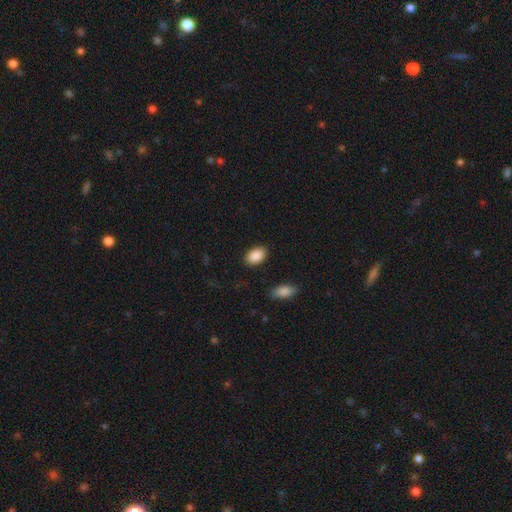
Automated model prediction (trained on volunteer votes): Smooth or featured: smooth — 89% (star or artifact — 7%)
How rounded: in between — 88% (round — 11%)
Merging: none — 87% (minor disturbance — 9%)